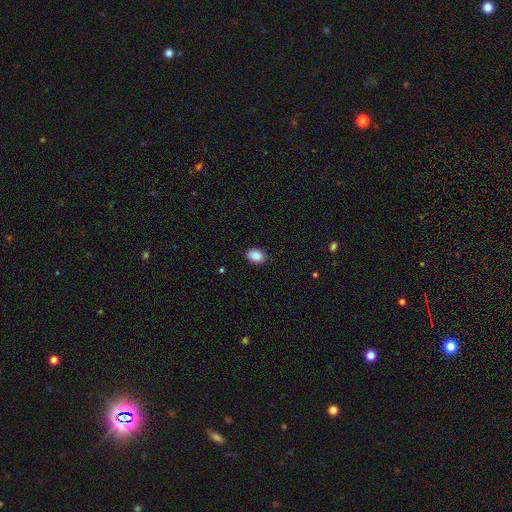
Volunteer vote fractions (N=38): Smooth or featured? smooth (97%)
How rounded? in between (81%)
Merging? none (95%)